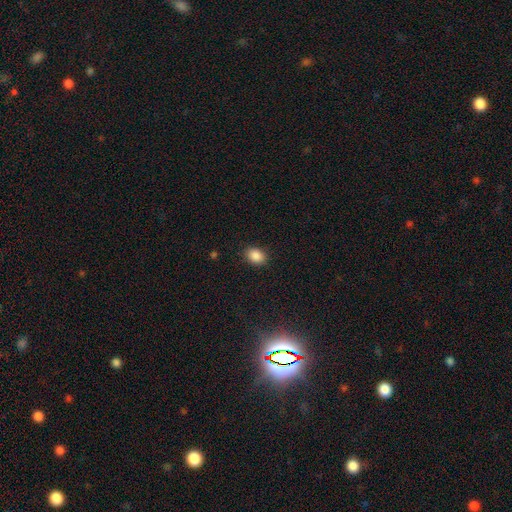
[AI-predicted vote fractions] Smooth or featured?
  - smooth: 88% *
  - star or artifact: 9%
  - featured or disk: 4%
How rounded?
  - in between: 72% *
  - round: 27%
  - cigar-shaped: 1%
Merging?
  - none: 88% *
  - minor disturbance: 9%
  - major disturbance: 2%
  - merger: 1%